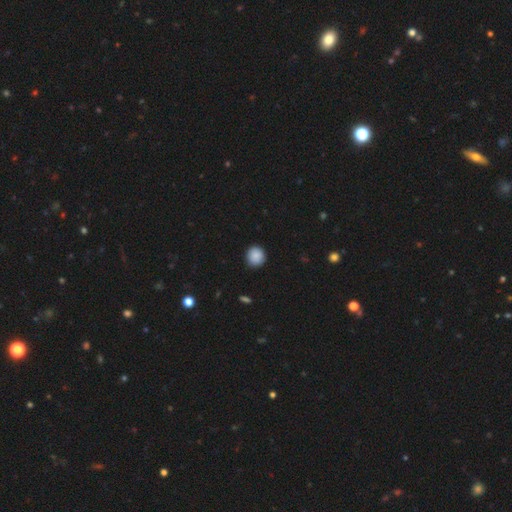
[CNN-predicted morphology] smooth_or_featured: smooth (p=0.88) [alt: star or artifact p=0.08]
how_rounded: round (p=0.92) [alt: in between p=0.07]
merging: none (p=0.88) [alt: minor disturbance p=0.09]